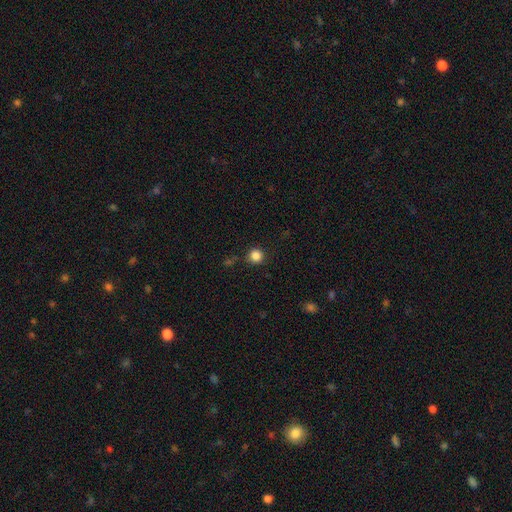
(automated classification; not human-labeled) The model was most divided on "smooth or featured": smooth: 84%, star or artifact: 12%, featured or disk: 4%. More confident: how rounded — round (94%); merging — none (86%).